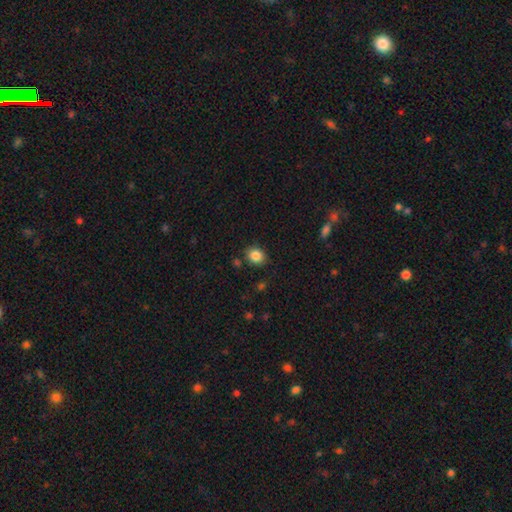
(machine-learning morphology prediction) smooth 85%, star or artifact 10%, featured or disk 5%. Down the decision tree: how rounded — round (64%); merging — none (83%).